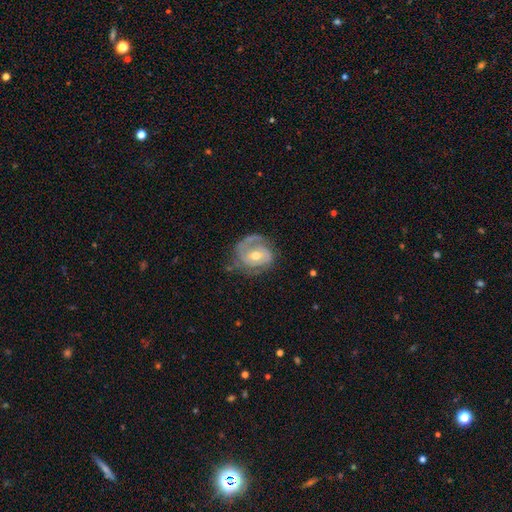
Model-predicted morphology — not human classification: smooth_or_featured: featured or disk (p=0.78) [alt: smooth p=0.16]
disk_edge_on: no (p=0.97) [alt: yes p=0.03]
bar: no (p=0.49) [alt: weak p=0.39]
has_spiral_arms: yes (p=0.86) [alt: no p=0.14]
spiral_winding: tight (p=0.53) [alt: medium p=0.34]
spiral_arm_count: 2 (p=0.48) [alt: 1 p=0.27]
bulge_size: moderate (p=0.69) [alt: small p=0.25]
merging: none (p=0.60) [alt: minor disturbance p=0.23]